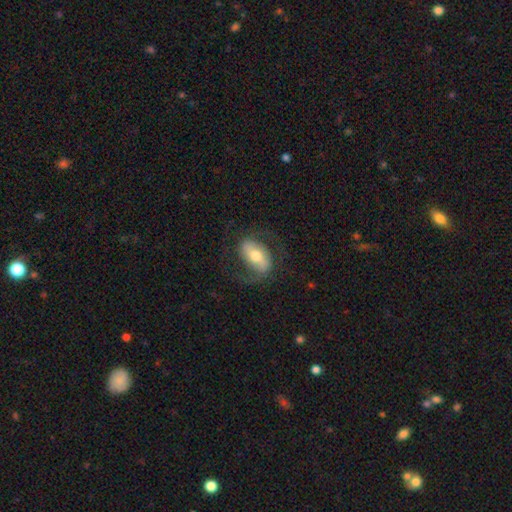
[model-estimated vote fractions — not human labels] Overall: featured or disk (68%). Edge-on disk: no (94%). Bar: strong (45%; weak 34%). Spiral arms: yes (86%). Spiral arm count: 2 (87%). Spiral winding: medium (48%; loose 36%). Bulge size: moderate (67%). Merging: none (71%).